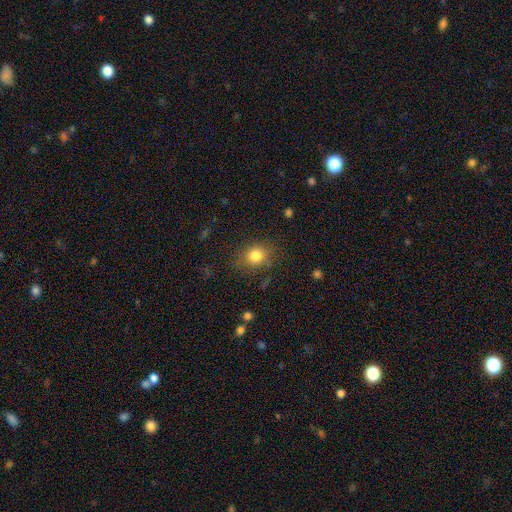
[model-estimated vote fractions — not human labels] Smooth or featured? smooth (80%)
How rounded? round (61%)
Merging? none (75%)